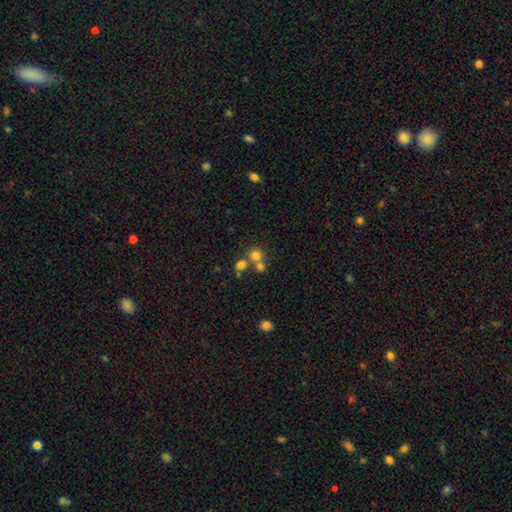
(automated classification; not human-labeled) This is likely a smooth galaxy (73%). How rounded: clearly round (88%). Merging: possibly none (52%).